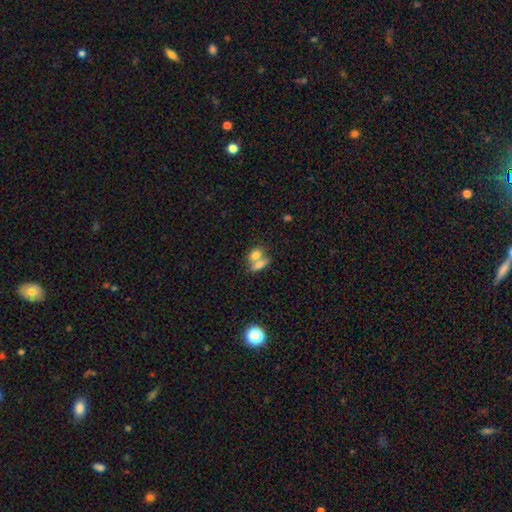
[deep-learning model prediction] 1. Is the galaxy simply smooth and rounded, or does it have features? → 76% smooth, 15% featured or disk, 9% star or artifact.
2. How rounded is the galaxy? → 72% in between, 22% round, 6% cigar-shaped.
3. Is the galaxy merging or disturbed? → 64% merger, 25% none, 7% minor disturbance, 4% major disturbance.